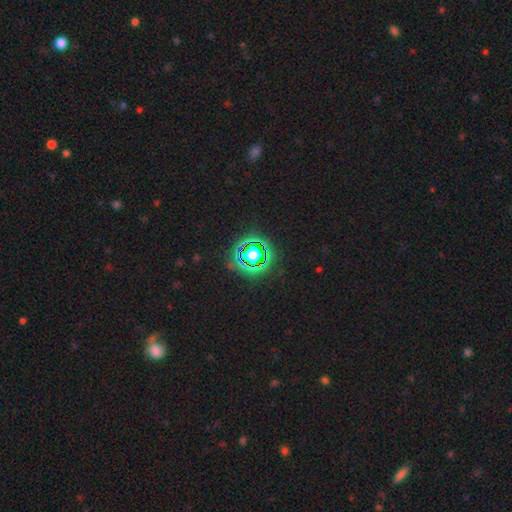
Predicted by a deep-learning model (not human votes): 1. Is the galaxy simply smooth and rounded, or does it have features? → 67% star or artifact, 23% smooth, 10% featured or disk.